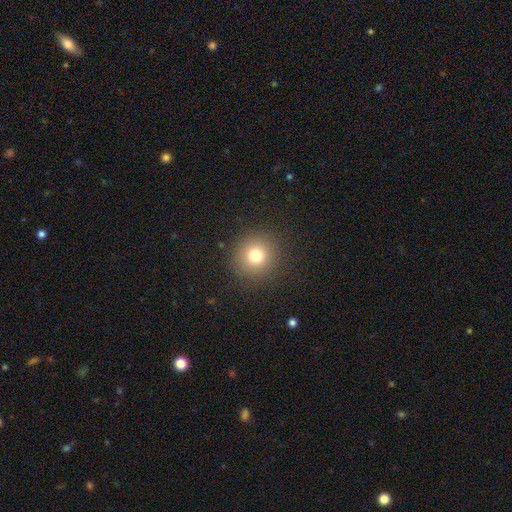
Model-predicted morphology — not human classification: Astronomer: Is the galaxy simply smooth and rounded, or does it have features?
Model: smooth — 77%.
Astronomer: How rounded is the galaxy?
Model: round — 93%.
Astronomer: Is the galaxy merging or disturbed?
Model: none — 90%.